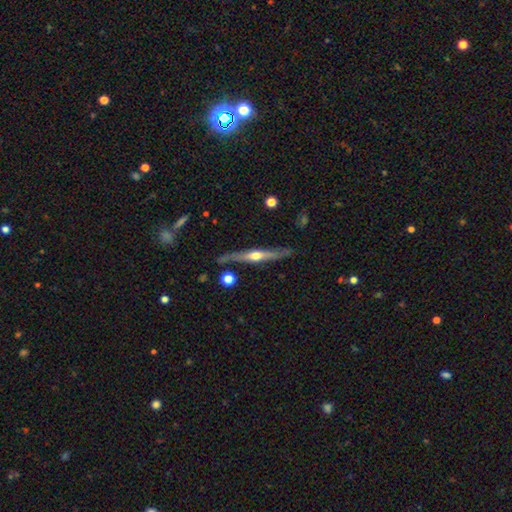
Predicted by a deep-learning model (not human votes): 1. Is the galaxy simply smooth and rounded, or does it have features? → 75% featured or disk, 20% smooth, 5% star or artifact.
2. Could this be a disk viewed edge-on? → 97% yes, 3% no.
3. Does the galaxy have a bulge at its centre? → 90% rounded, 6% none, 4% boxy.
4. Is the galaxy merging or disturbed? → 82% none, 12% minor disturbance, 3% merger, 2% major disturbance.